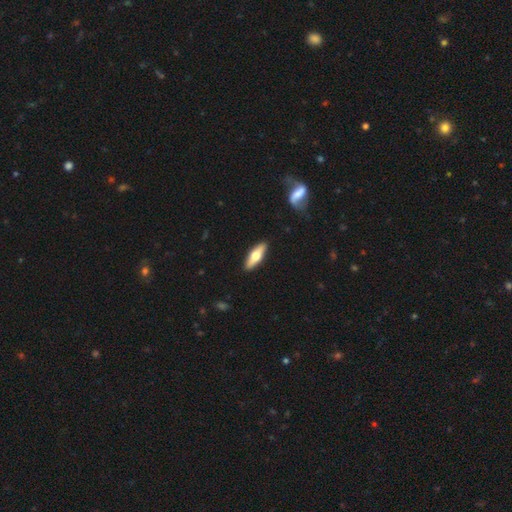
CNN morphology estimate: This is possibly a smooth galaxy (51%). How rounded: possibly cigar-shaped (51%). Merging: clearly none (90%).